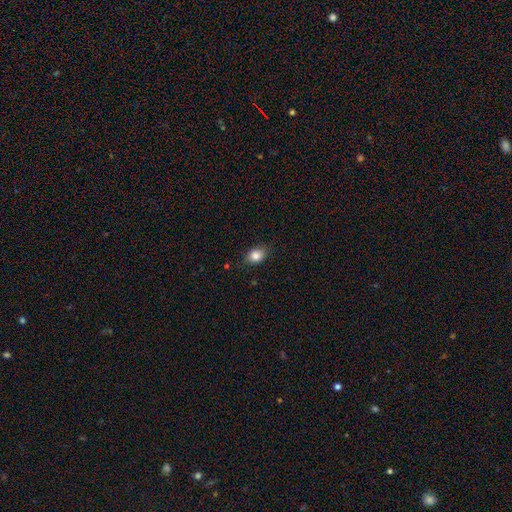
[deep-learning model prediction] This is clearly a smooth galaxy (84%). How rounded: likely in between (63%). Merging: likely none (80%).